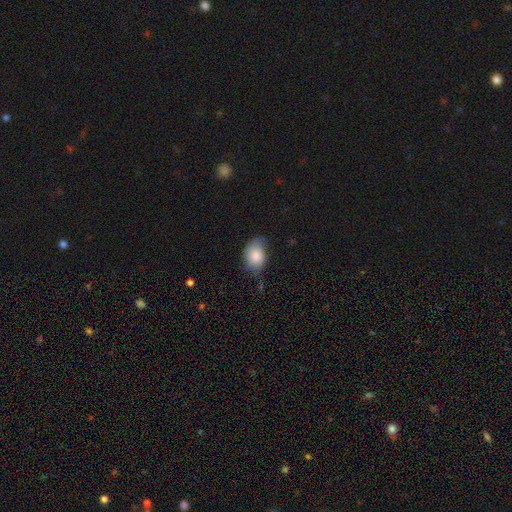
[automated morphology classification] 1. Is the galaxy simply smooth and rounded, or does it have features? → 82% smooth, 11% featured or disk, 7% star or artifact.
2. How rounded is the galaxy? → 80% in between, 19% round, 1% cigar-shaped.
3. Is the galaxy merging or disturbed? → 51% none, 38% minor disturbance, 9% major disturbance, 2% merger.